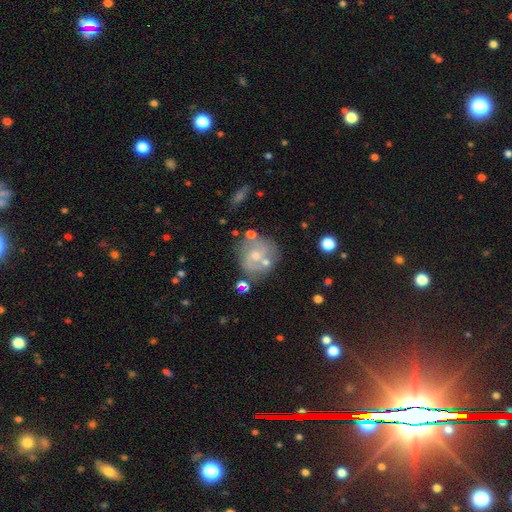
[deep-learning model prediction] This appears to be a featured or disk galaxy (64%) with no bar (66%), spiral arms (75%) and a small central bulge (49%). Merging: none (60%).